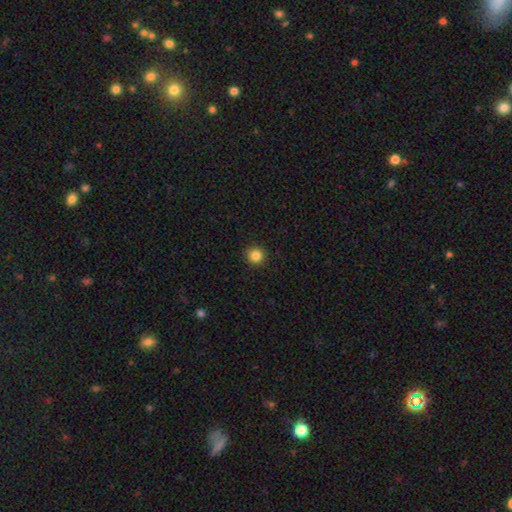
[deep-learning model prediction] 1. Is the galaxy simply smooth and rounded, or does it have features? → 84% smooth, 12% star or artifact, 4% featured or disk.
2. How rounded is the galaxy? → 94% round, 5% in between, 1% cigar-shaped.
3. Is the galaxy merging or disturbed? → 92% none, 5% minor disturbance, 2% major disturbance, 1% merger.